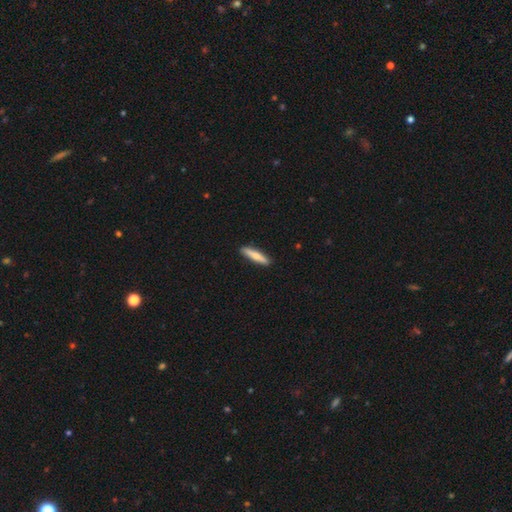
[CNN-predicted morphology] Smooth or featured? Predicted: smooth (p=0.69). How rounded? Predicted: cigar-shaped (p=0.86). Merging? Predicted: none (p=0.91).